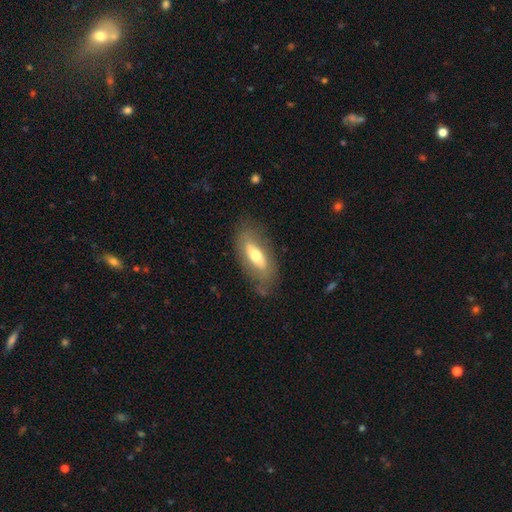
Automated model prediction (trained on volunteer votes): This is possibly a smooth galaxy (52%). How rounded: likely in between (75%). Merging: likely none (74%).